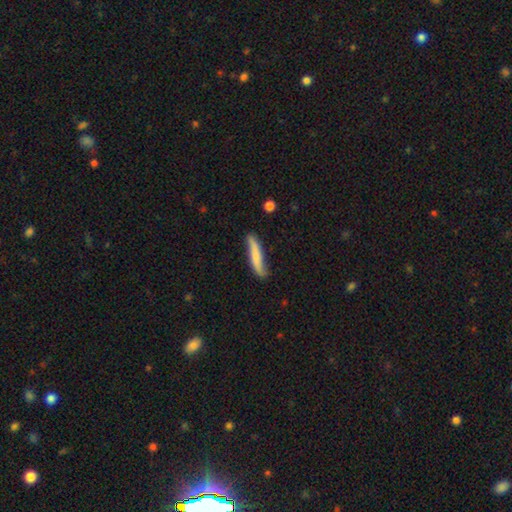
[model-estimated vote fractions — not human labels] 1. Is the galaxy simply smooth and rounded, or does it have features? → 58% smooth, 37% featured or disk, 6% star or artifact.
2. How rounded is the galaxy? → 88% cigar-shaped, 10% in between, 2% round.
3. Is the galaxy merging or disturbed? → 72% none, 22% minor disturbance, 4% major disturbance, 2% merger.